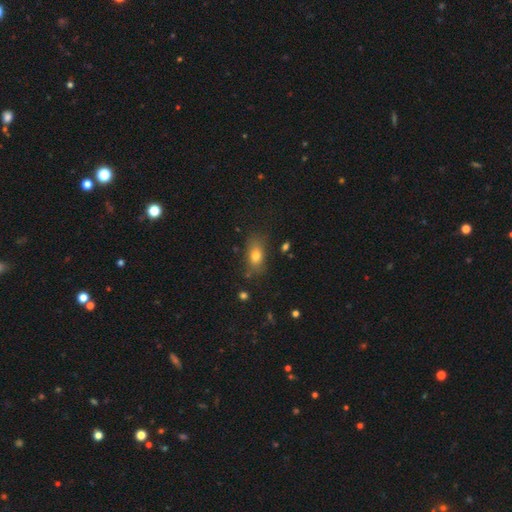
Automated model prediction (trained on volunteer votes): Smooth or featured? smooth (75%)
How rounded? in between (79%)
Merging? none (73%)